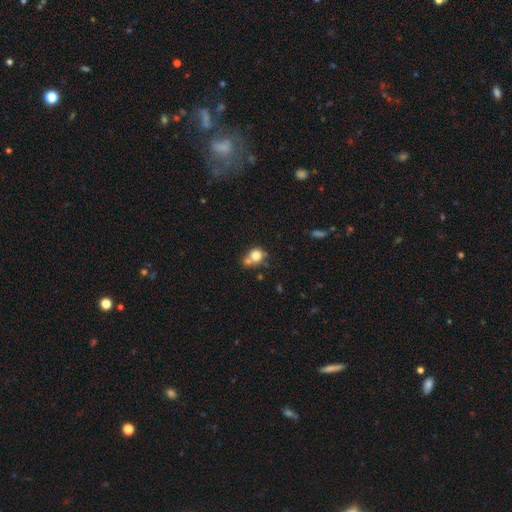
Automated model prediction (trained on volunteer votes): Smooth or featured? Predicted: smooth (p=0.78). How rounded? Predicted: round (p=0.78). Merging? Predicted: none (p=0.43).